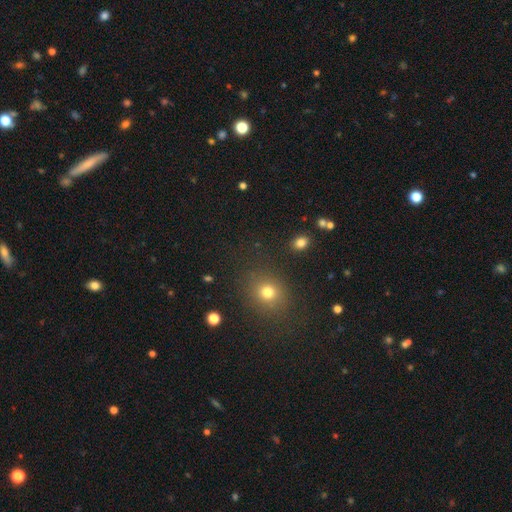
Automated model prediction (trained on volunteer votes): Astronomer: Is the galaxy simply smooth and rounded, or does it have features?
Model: smooth — 61%.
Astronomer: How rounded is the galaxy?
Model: round — 79%.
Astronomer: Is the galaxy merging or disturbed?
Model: none — 88%.